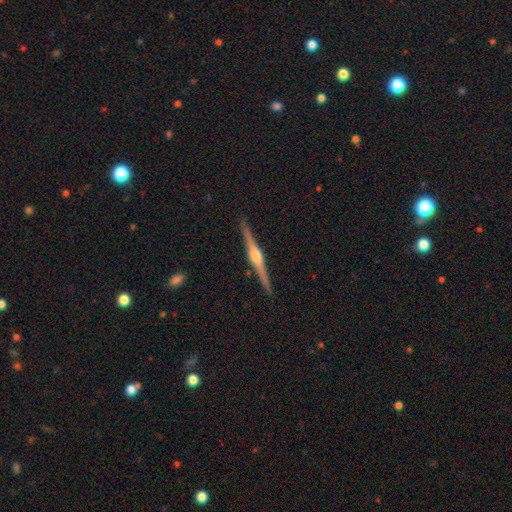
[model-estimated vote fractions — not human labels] Smooth or featured? Predicted: featured or disk (p=0.85). Edge-on disk? Predicted: yes (p=0.99). Edge-on bulge? Predicted: rounded (p=0.90). Merging? Predicted: none (p=0.92).